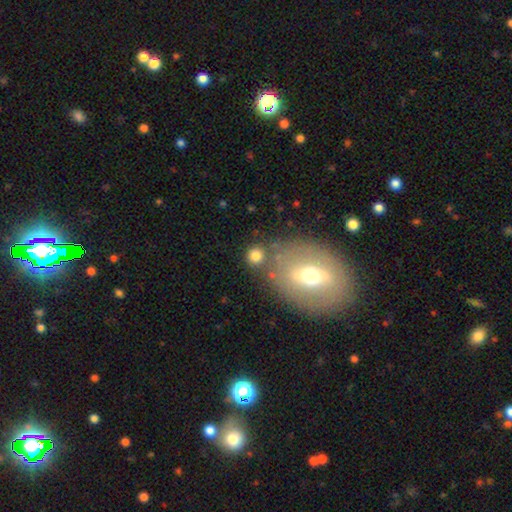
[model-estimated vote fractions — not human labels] Q: Smooth or featured?
A: smooth (75%); runner-up: star or artifact (13%)
Q: How rounded?
A: round (86%); runner-up: in between (13%)
Q: Merging?
A: none (72%); runner-up: merger (13%)